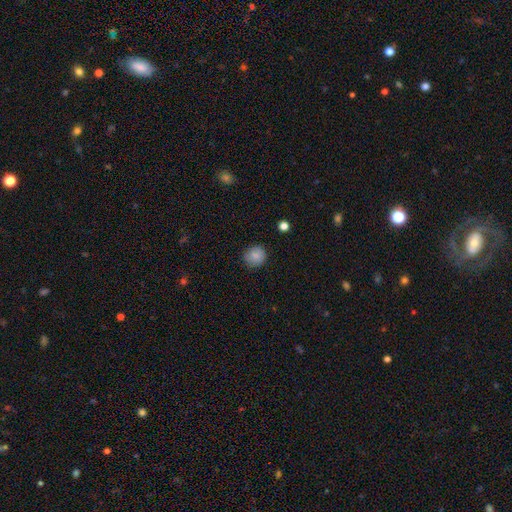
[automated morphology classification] type=smooth (84%); roundness=round (88%); merging=none (84%).